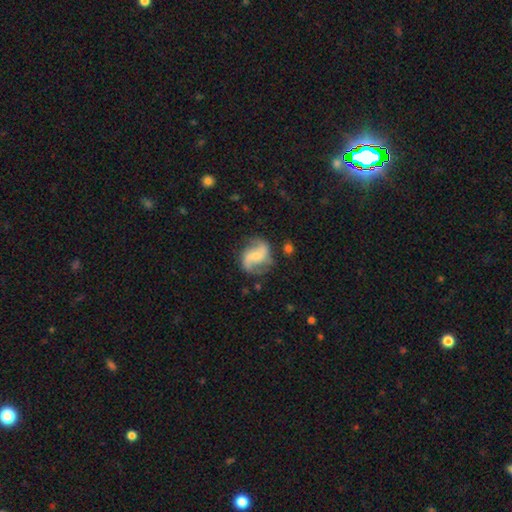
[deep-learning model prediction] smooth-or-featured: featured or disk: 79% | smooth: 15% | star or artifact: 6%
  disk-edge-on: no: 98% | yes: 2%
    bar: weak: 42% | no: 40% | strong: 19%
    has-spiral-arms: yes: 95% | no: 5%
      spiral-winding: loose: 53% | medium: 37% | tight: 10%
      spiral-arm-count: 2: 88% | can't tell: 4% | 3: 3% | 1: 3% | 4: 1% | more than 4: 1%
    bulge-size: small: 50% | moderate: 28% | none: 17% | large: 4% | dominant: 1%
  merging: none: 70% | minor disturbance: 18% | major disturbance: 9% | merger: 2%